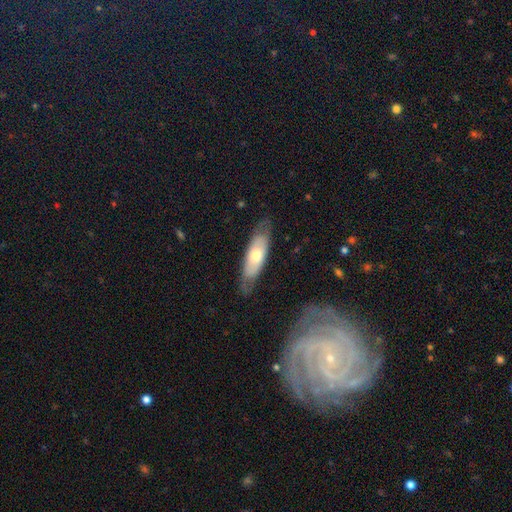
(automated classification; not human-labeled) This appears to be a smooth galaxy with no disk features (51%) that is in between round and cigar-shaped (60%). Merging: none (75%).